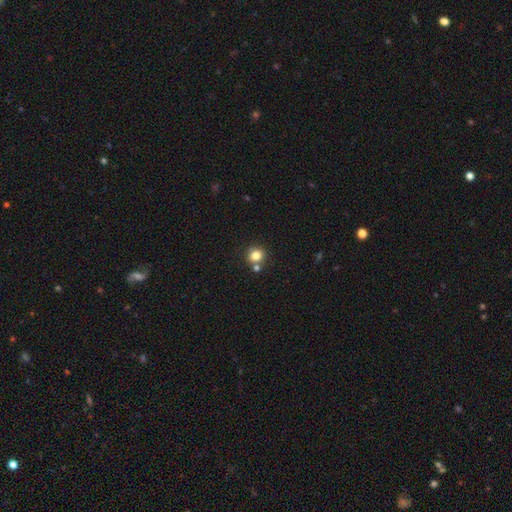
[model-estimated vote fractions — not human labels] Morphology: type=smooth (82%); roundness=round (86%); merging=none (72%).